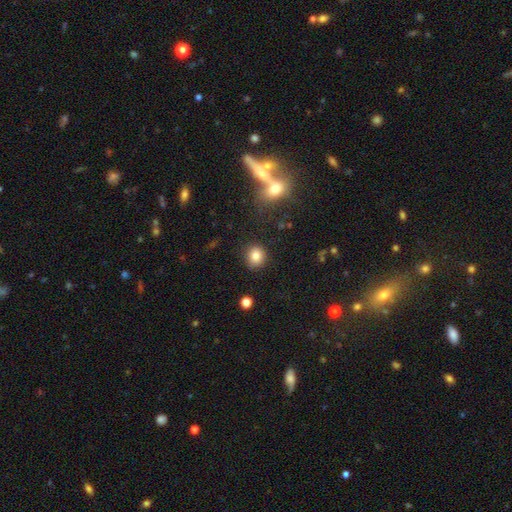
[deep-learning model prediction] Smooth or featured? Predicted: smooth (p=0.83). How rounded? Predicted: round (p=0.81). Merging? Predicted: none (p=0.87).